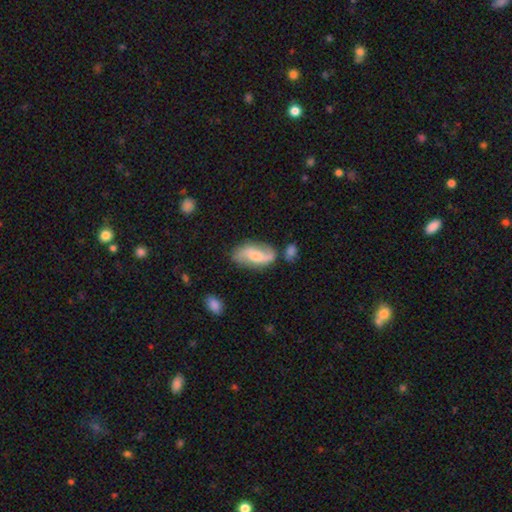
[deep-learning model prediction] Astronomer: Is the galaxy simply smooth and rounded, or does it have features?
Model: featured or disk — 64%.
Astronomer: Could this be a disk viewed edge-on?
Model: no — 94%.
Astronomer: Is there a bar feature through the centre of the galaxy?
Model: no — 41%, tied with weak at 41%.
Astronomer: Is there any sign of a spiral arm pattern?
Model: yes — 89%.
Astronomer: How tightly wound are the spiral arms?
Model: loose — 61%.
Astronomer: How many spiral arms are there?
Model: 2 — 83%.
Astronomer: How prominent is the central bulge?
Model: moderate — 43%, tied with small at 43%.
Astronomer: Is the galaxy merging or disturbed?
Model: none — 64%.